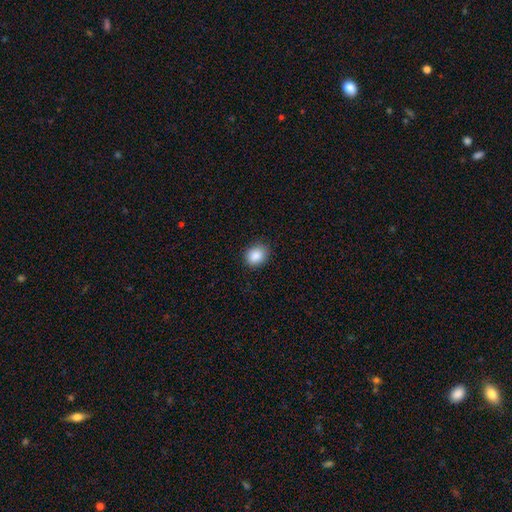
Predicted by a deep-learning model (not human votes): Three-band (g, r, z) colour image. It shows a smooth galaxy with no disk features (88%) that is round (59%). Merging: none (87%).